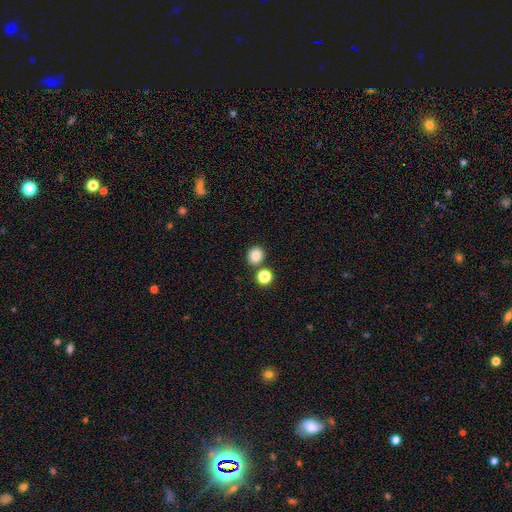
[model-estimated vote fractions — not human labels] Smooth or featured? smooth (84%)
How rounded? round (81%)
Merging? none (77%)